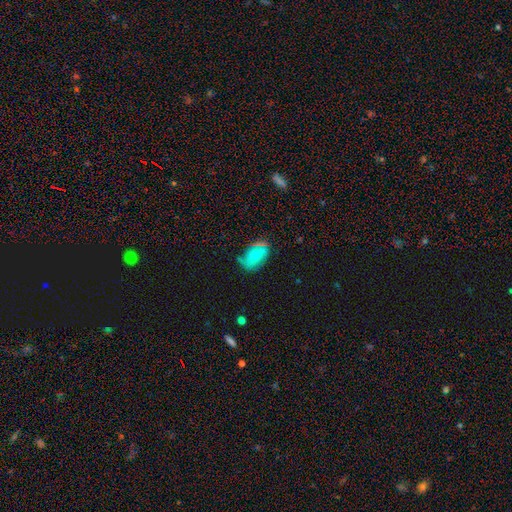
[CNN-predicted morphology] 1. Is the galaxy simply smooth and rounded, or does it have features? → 54% smooth, 34% featured or disk, 12% star or artifact.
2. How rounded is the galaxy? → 88% in between, 10% round, 2% cigar-shaped.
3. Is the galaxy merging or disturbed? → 60% none, 27% minor disturbance, 9% major disturbance, 4% merger.